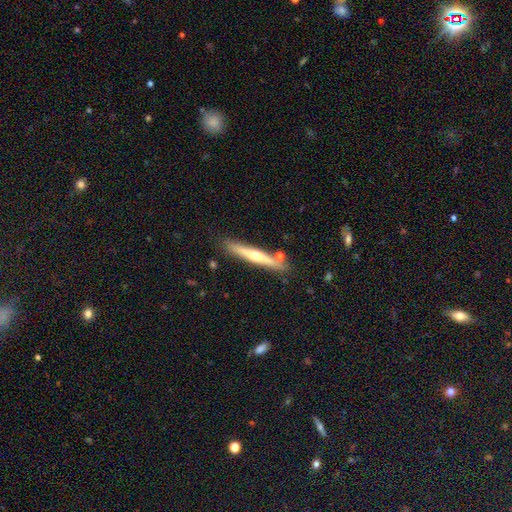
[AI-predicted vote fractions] A featured or disk galaxy (58%) viewed edge-on (95%) with a rounded central bulge (83%).

Vote fractions:
- Smooth or featured? featured or disk: 58% / smooth: 36% / star or artifact: 6%
- Edge-on disk? yes: 95% / no: 5%
- Edge-on bulge? rounded: 83% / none: 13% / boxy: 3%
- Merging? none: 83% / minor disturbance: 10% / merger: 5% / major disturbance: 2%